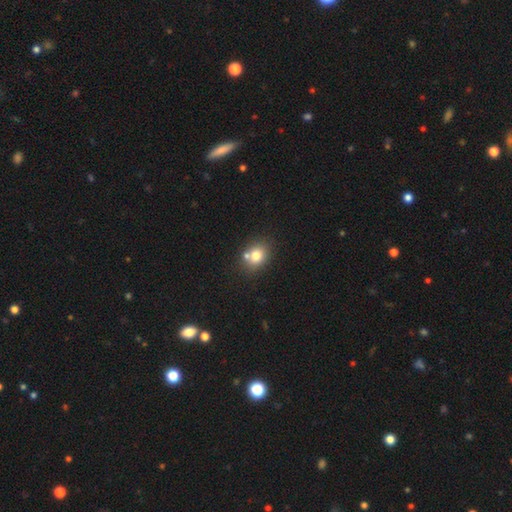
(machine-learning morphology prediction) Overall: smooth (76%). How rounded: round (53%; in between 46%). Merging: none (63%).